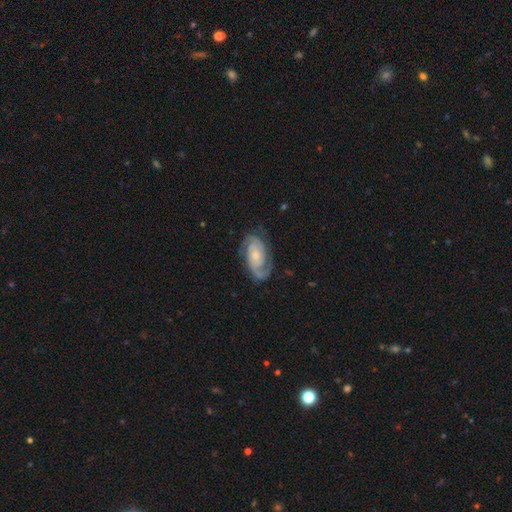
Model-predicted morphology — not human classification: Q: Smooth or featured?
A: featured or disk (88%); runner-up: smooth (8%)
Q: Edge-on disk?
A: no (97%); runner-up: yes (3%)
Q: Bar?
A: no (64%); runner-up: weak (28%)
Q: Spiral arms?
A: yes (97%); runner-up: no (3%)
Q: Spiral winding?
A: tight (51%); runner-up: medium (39%)
Q: Spiral arm count?
A: 2 (86%); runner-up: can't tell (5%)
Q: Bulge size?
A: small (50%); runner-up: moderate (38%)
Q: Merging?
A: none (78%); runner-up: minor disturbance (15%)